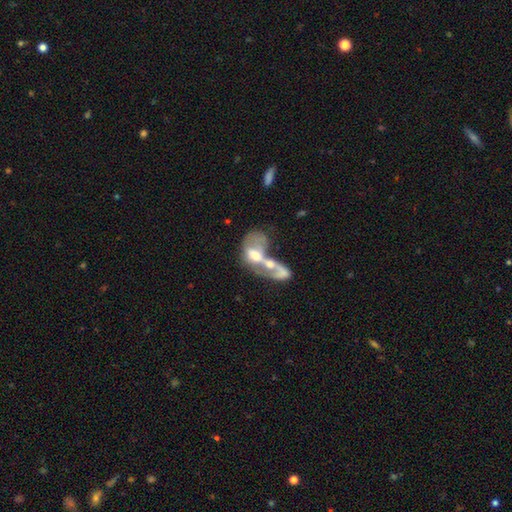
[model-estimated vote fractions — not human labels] smooth-or-featured: featured or disk: 55% | smooth: 37% | star or artifact: 8%
  disk-edge-on: no: 95% | yes: 5%
    bar: no: 69% | weak: 23% | strong: 8%
    has-spiral-arms: no: 65% | yes: 35%
    bulge-size: moderate: 56% | small: 18% | large: 15% | none: 10% | dominant: 2%
  merging: merger: 80% | major disturbance: 11% | none: 5% | minor disturbance: 4%